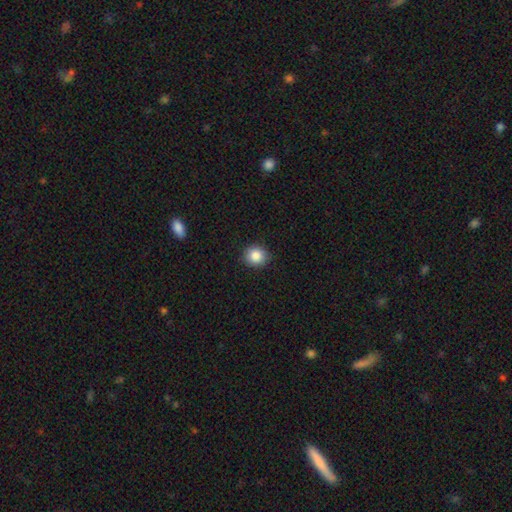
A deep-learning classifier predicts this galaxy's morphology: This appears to be a smooth galaxy with no disk features (85%) that is round (84%). Merging: none (89%).